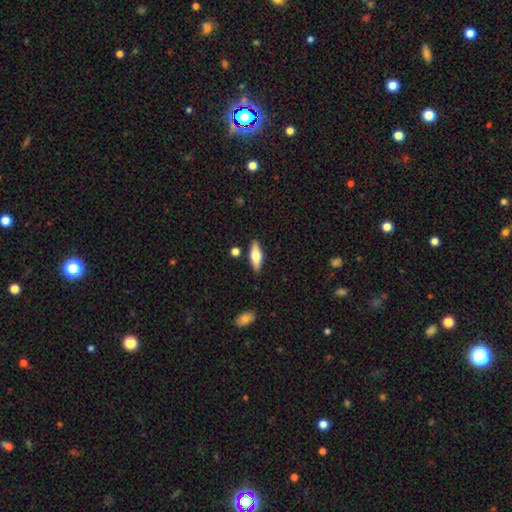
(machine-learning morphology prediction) smooth 55%, featured or disk 39%, star or artifact 6%. Down the decision tree: how rounded — in between (58%); merging — none (84%).